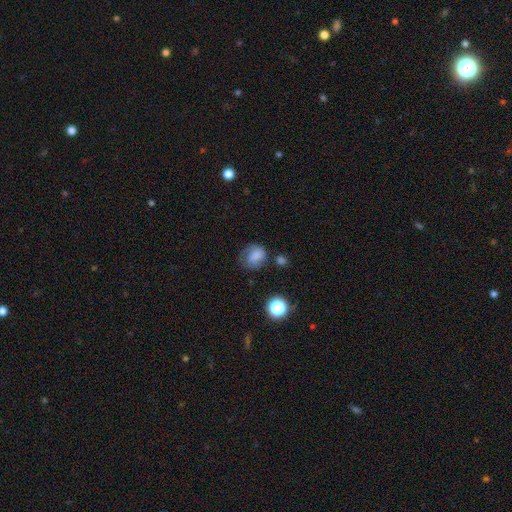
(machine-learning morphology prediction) smooth-or-featured: smooth: 68% | featured or disk: 19% | star or artifact: 13%
  how-rounded: round: 51% | in between: 48% | cigar-shaped: 1%
  merging: none: 48% | minor disturbance: 28% | major disturbance: 20% | merger: 4%